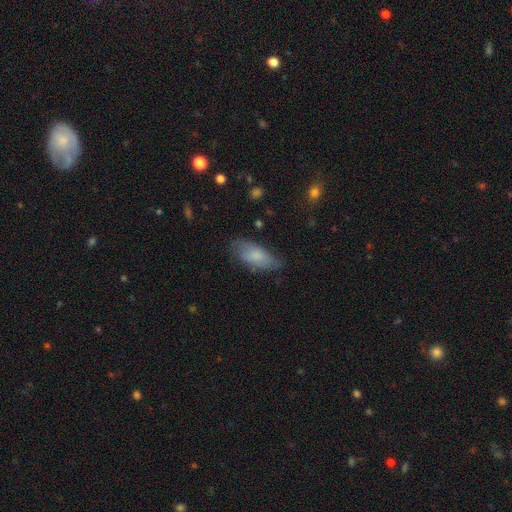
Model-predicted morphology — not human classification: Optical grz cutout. It shows a smooth galaxy with no disk features (72%) that is in between round and cigar-shaped (84%). Merging: none (66%).